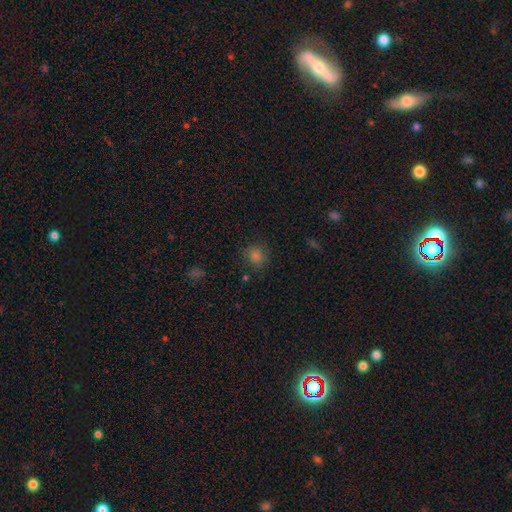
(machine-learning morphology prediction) A smooth galaxy with no disk features (77%) that is round (87%). Merging: none (86%).